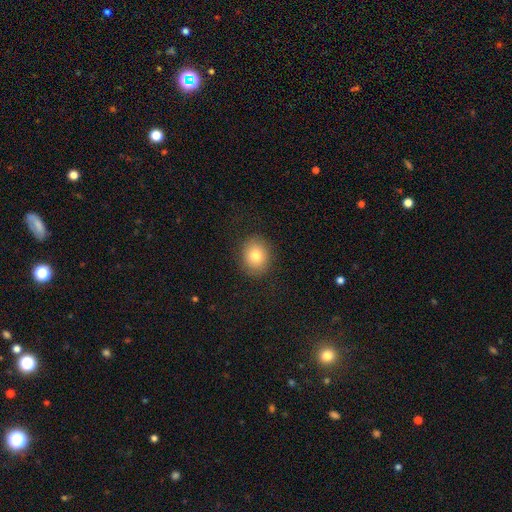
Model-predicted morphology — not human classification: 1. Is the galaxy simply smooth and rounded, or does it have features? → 78% smooth, 12% featured or disk, 10% star or artifact.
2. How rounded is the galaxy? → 66% round, 33% in between, 1% cigar-shaped.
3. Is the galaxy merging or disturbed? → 86% none, 9% minor disturbance, 4% major disturbance, 1% merger.